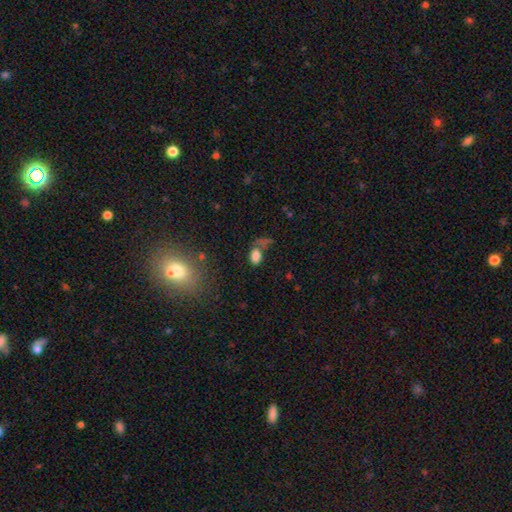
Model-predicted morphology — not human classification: Smooth or featured? Predicted: smooth (p=0.80). How rounded? Predicted: in between (p=0.88). Merging? Predicted: none (p=0.50).